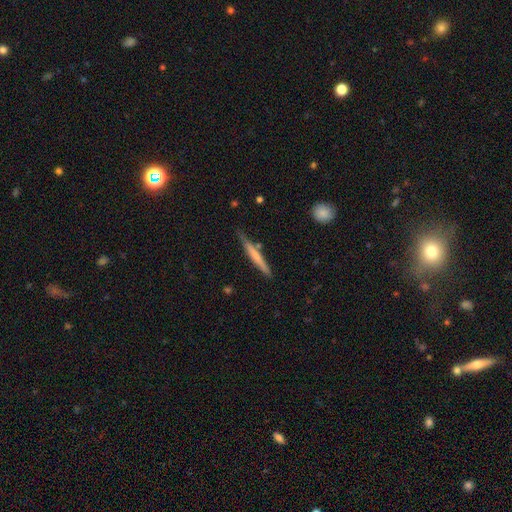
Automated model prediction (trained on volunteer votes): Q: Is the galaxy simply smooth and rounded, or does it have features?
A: smooth — 55%.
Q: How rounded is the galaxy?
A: cigar-shaped — 96%.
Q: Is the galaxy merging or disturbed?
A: none — 79%.